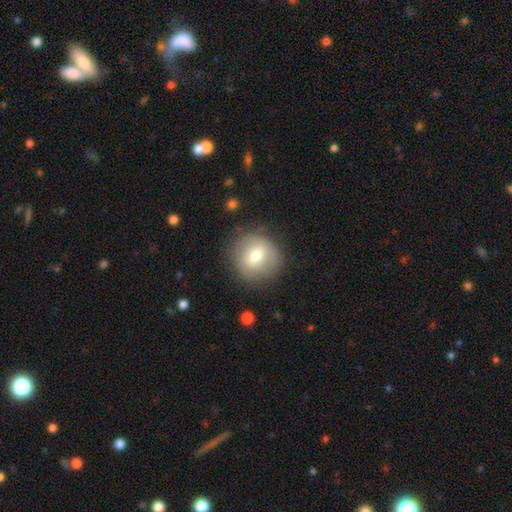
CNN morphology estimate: Smooth or featured? smooth (65%)
How rounded? round (91%)
Merging? none (81%)